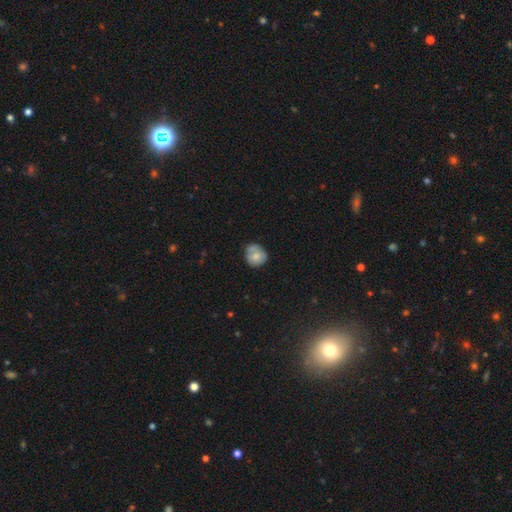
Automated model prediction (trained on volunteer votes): Smooth or featured? Predicted: smooth (p=0.68). How rounded? Predicted: round (p=0.79). Merging? Predicted: none (p=0.58).